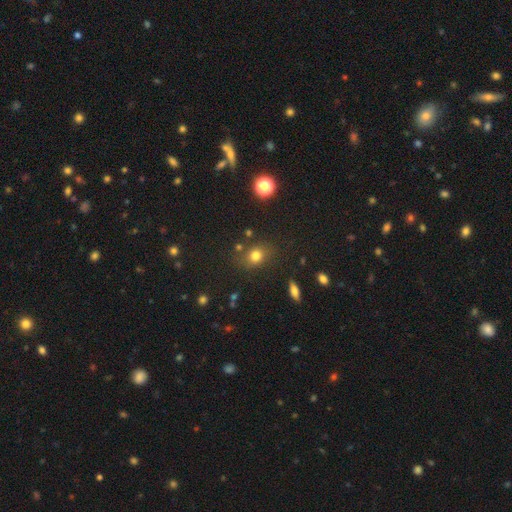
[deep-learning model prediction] This is likely a smooth galaxy (75%). How rounded: possibly round (57%). Merging: likely none (78%).